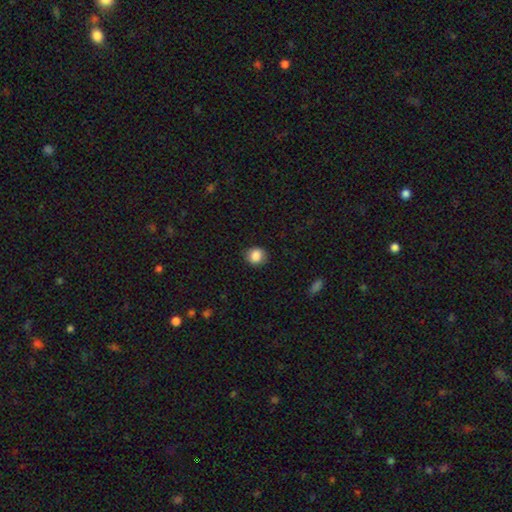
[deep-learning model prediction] Smooth or featured? smooth (86%)
How rounded? round (79%)
Merging? none (84%)